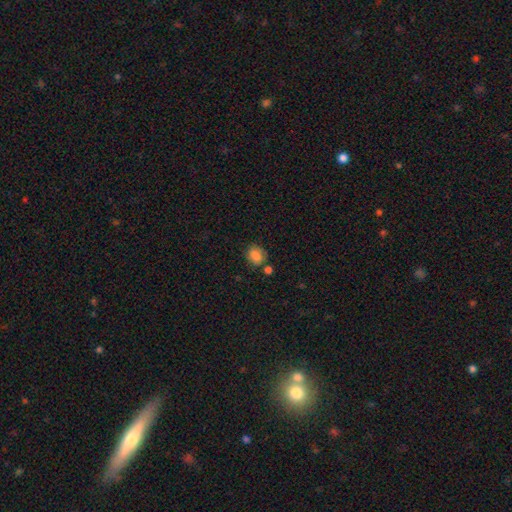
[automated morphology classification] smooth-or-featured: smooth: 84% | star or artifact: 10% | featured or disk: 6%
  how-rounded: round: 55% | in between: 44% | cigar-shaped: 1%
  merging: none: 70% | minor disturbance: 15% | merger: 11% | major disturbance: 4%